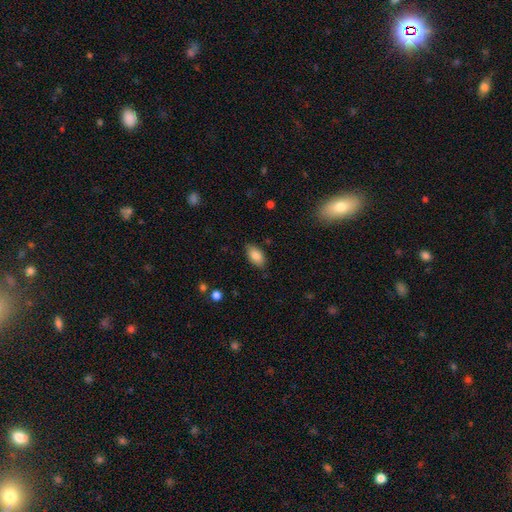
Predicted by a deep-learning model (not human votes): Morphology: type=smooth (85%); roundness=in between (93%); merging=none (84%).